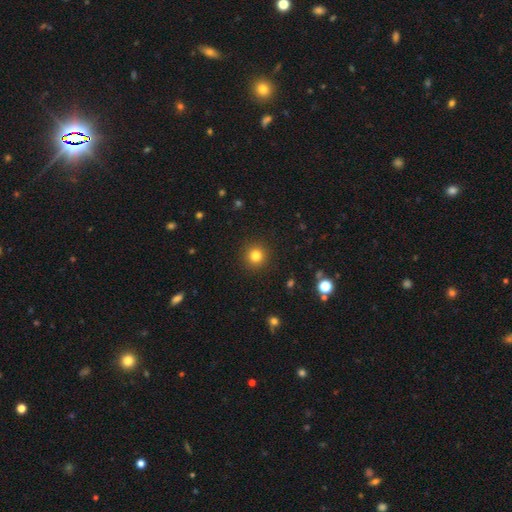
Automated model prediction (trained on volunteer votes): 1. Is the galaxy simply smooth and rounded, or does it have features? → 81% smooth, 13% star or artifact, 6% featured or disk.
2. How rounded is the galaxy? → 95% round, 4% in between, 1% cigar-shaped.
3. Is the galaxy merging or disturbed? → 92% none, 5% minor disturbance, 2% major disturbance, 1% merger.